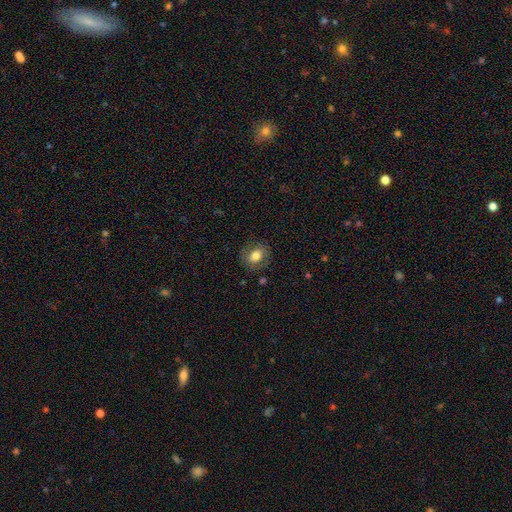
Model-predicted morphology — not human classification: This appears to be a smooth galaxy with no disk features (70%) that is in between round and cigar-shaped (58%). Merging: none (78%).